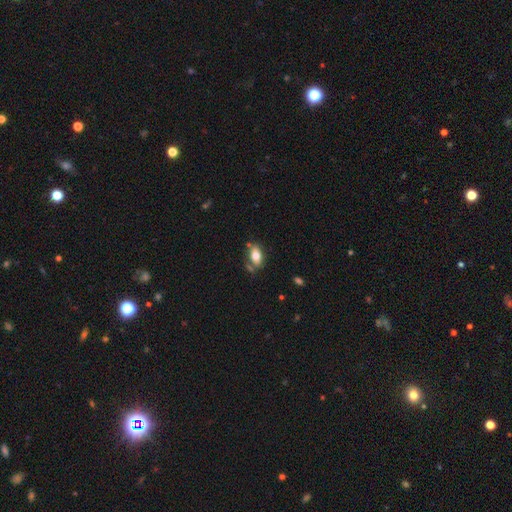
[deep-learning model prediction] smooth 71%, featured or disk 22%, star or artifact 8%. Down the decision tree: how rounded — in between (90%); merging — none (65%).